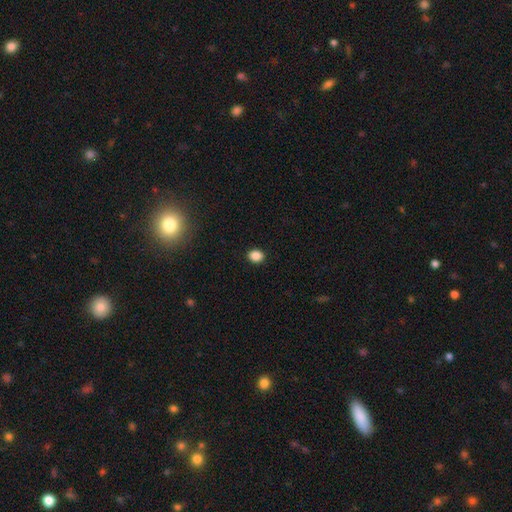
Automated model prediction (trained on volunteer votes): Q: Smooth or featured?
A: smooth (87%); runner-up: star or artifact (10%)
Q: How rounded?
A: round (56%); runner-up: in between (43%)
Q: Merging?
A: none (91%); runner-up: minor disturbance (6%)